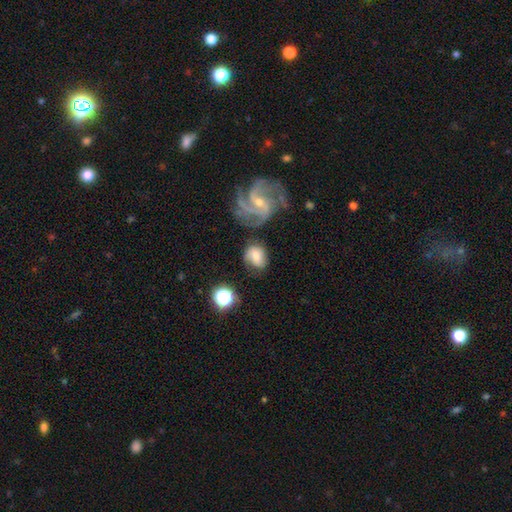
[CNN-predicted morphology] A smooth galaxy with no disk features (47%).

Vote fractions:
- Smooth or featured? smooth: 47% / featured or disk: 42% / star or artifact: 11%
- Merging? none: 54% / minor disturbance: 23% / major disturbance: 13% / merger: 10%